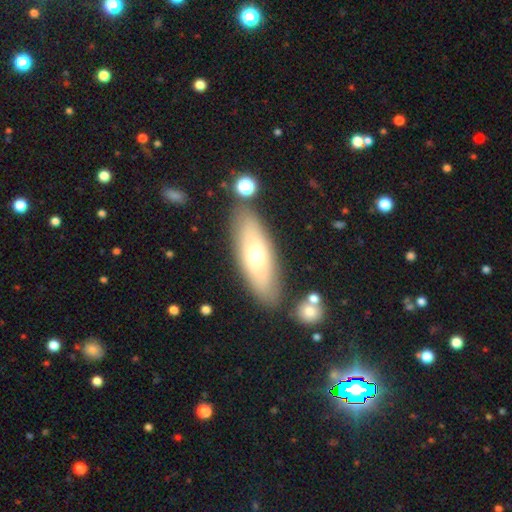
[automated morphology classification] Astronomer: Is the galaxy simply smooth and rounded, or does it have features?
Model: smooth — 54% (runner-up: featured or disk, 40%).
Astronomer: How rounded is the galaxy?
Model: in between — 59% (runner-up: cigar-shaped, 38%).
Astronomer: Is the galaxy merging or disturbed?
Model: none — 81%.